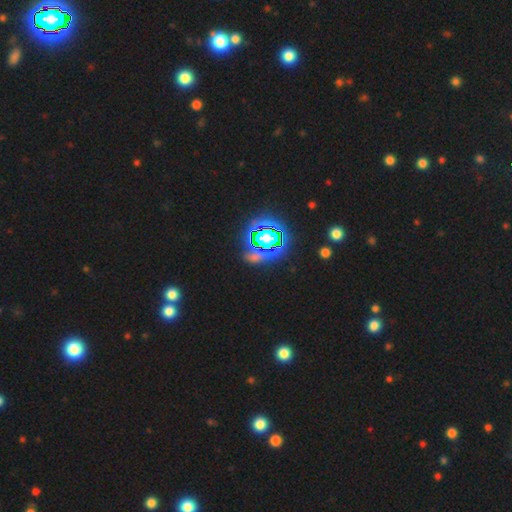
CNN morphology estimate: Smooth or featured? Predicted: star or artifact (p=0.70).